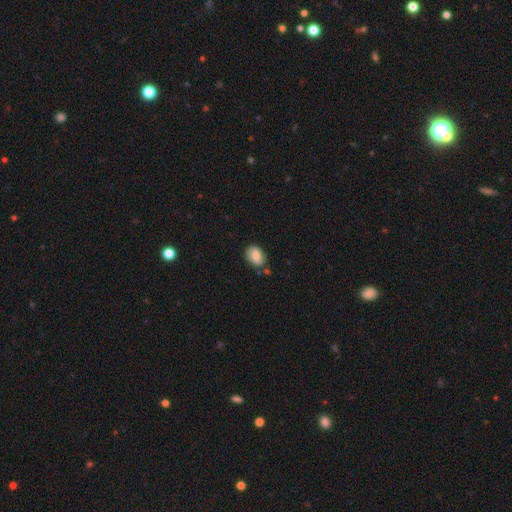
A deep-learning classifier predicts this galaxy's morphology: smooth_or_featured: smooth (p=0.76) [alt: featured or disk p=0.16]
how_rounded: in between (p=0.74) [alt: round p=0.24]
merging: none (p=0.69) [alt: minor disturbance p=0.20]